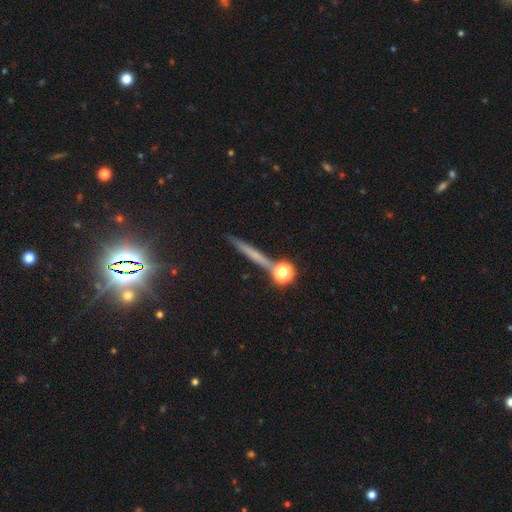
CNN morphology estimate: Smooth or featured? smooth (44%)
Merging? none (81%)